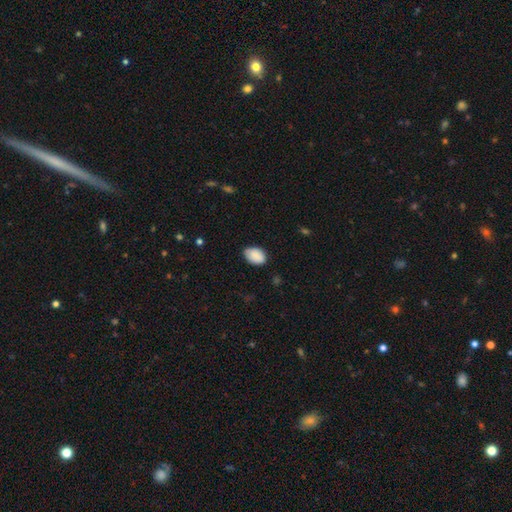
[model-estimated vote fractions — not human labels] smooth 88%, star or artifact 6%, featured or disk 5%. Down the decision tree: how rounded — in between (87%); merging — none (76%).